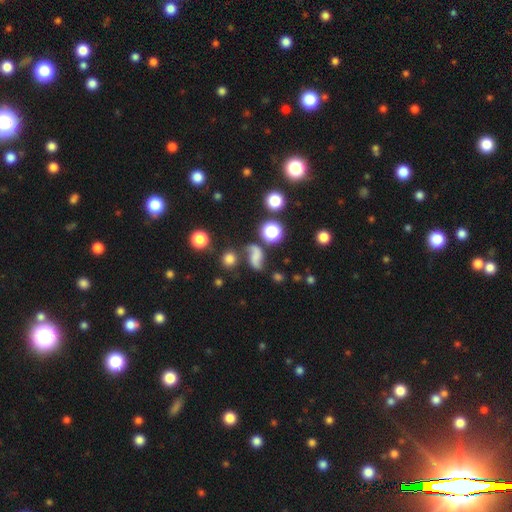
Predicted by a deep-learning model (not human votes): Smooth or featured? featured or disk (56%)
Edge-on disk? no (97%)
Bar? no (52%)
Spiral arms? yes (90%)
Bulge size? none (55%)
Merging? none (52%)